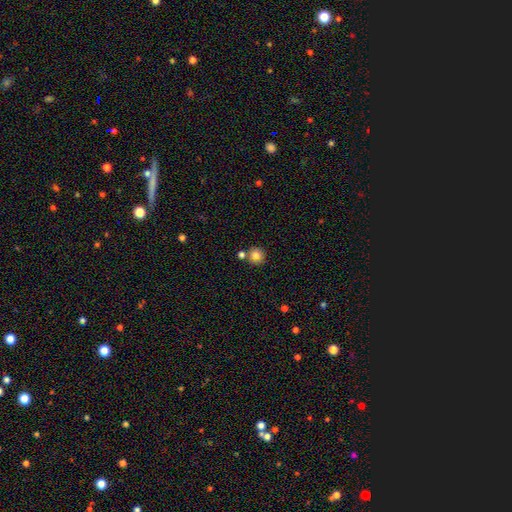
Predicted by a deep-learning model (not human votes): This appears to be a smooth galaxy with no disk features (78%) that is round (90%). Merging: none (67%).